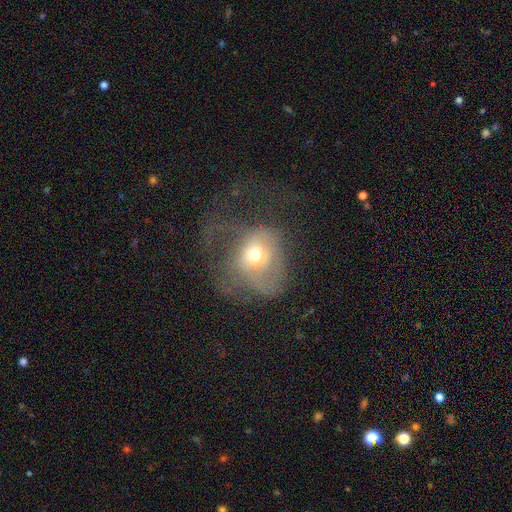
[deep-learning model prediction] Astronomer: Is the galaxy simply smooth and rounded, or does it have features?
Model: smooth — 49% (runner-up: featured or disk, 39%).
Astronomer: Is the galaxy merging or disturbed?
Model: major disturbance — 58%.